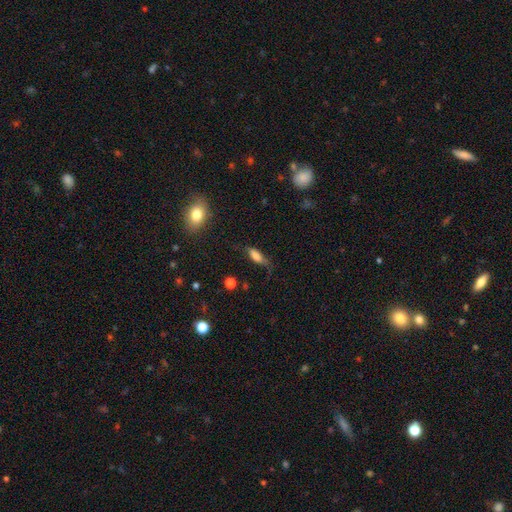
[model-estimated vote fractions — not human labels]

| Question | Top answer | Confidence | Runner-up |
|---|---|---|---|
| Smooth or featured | smooth | 74% | featured or disk (17%) |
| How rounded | in between | 66% | cigar-shaped (31%) |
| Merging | none | 56% | minor disturbance (29%) |